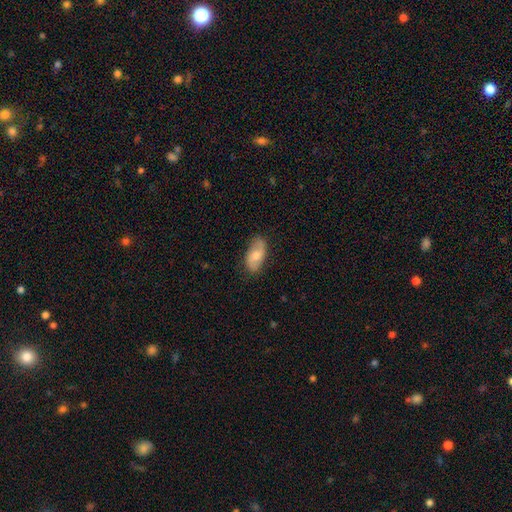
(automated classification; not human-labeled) smooth_or_featured: smooth (p=0.51) [alt: featured or disk p=0.42]
how_rounded: in between (p=0.90) [alt: cigar-shaped p=0.06]
merging: none (p=0.80) [alt: minor disturbance p=0.16]